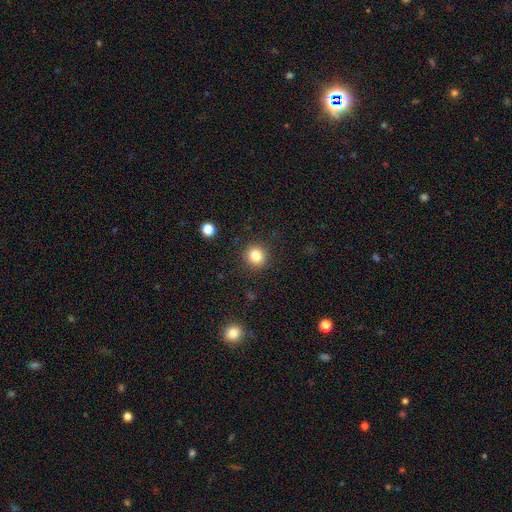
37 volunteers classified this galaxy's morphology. Volunteers were most divided on "how rounded": round: 85%, in between: 15%, cigar-shaped: 0%. More confident: merging — none (97%); smooth or featured — smooth (89%).